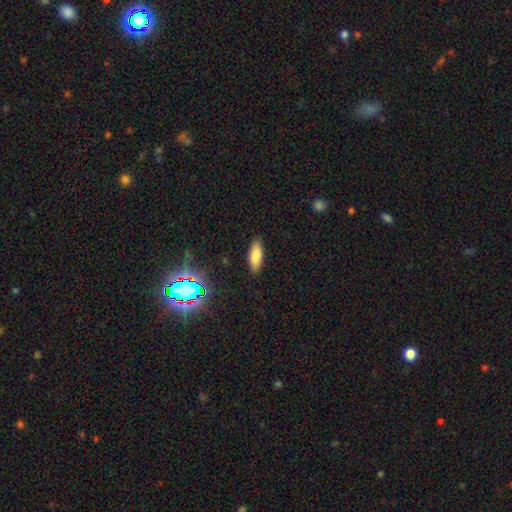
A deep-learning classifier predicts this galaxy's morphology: Overall: smooth (80%). How rounded: in between (65%; cigar-shaped 33%). Merging: none (88%).